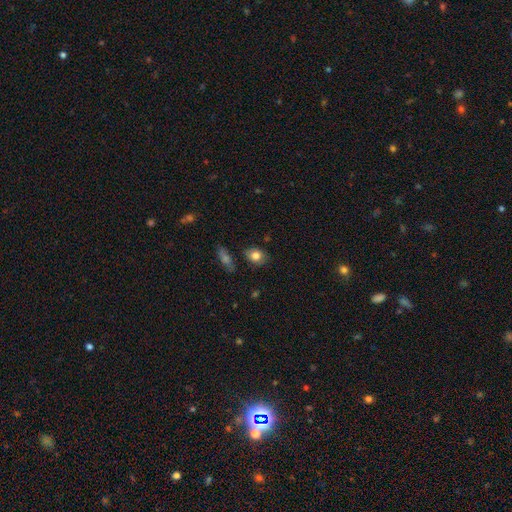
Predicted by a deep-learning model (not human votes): Overall: smooth (80%). How rounded: in between (56%; round 43%). Merging: none (78%).